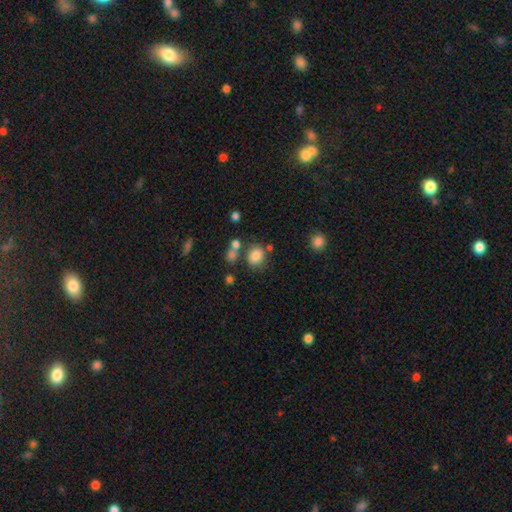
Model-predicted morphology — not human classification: This is clearly a smooth galaxy (81%). How rounded: likely round (62%). Merging: likely none (65%).